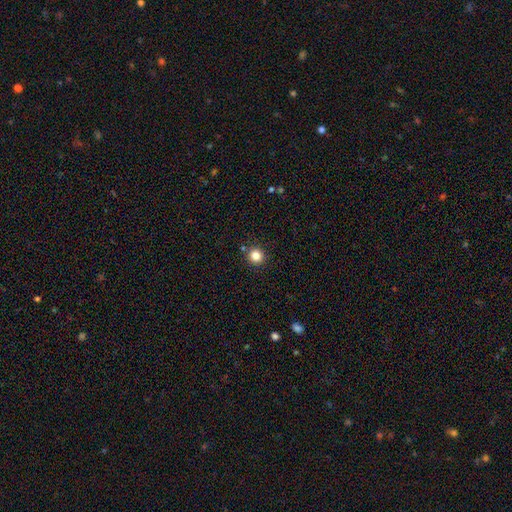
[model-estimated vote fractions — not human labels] smooth-or-featured: smooth: 83% | star or artifact: 12% | featured or disk: 5%
  how-rounded: round: 93% | in between: 6% | cigar-shaped: 1%
  merging: none: 88% | minor disturbance: 6% | merger: 3% | major disturbance: 2%